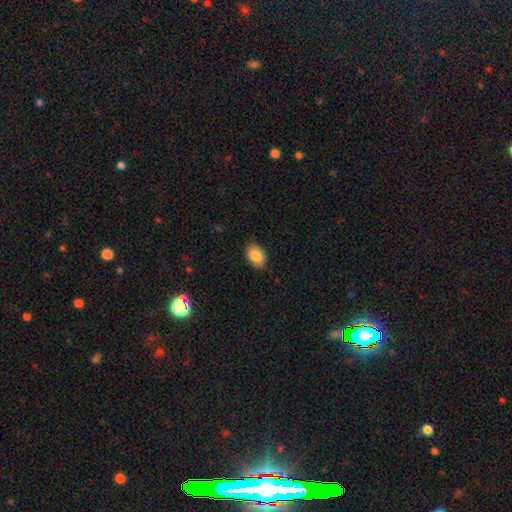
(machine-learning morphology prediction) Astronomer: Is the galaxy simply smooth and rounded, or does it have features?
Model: smooth — 86%.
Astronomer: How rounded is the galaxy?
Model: in between — 85%.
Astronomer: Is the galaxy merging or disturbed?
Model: none — 87%.